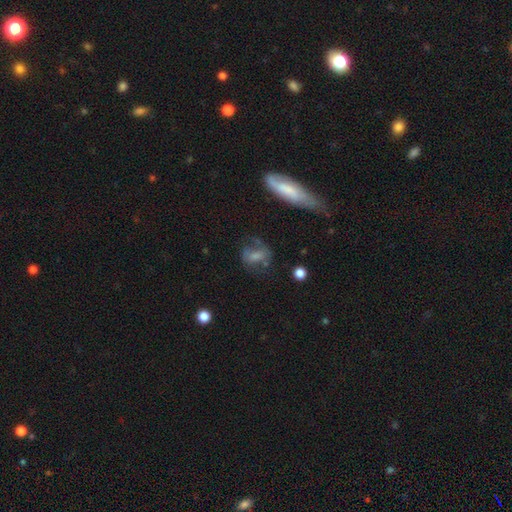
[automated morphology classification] smooth_or_featured: smooth (p=0.48) [alt: featured or disk p=0.39]
merging: none (p=0.45) [alt: major disturbance p=0.26]